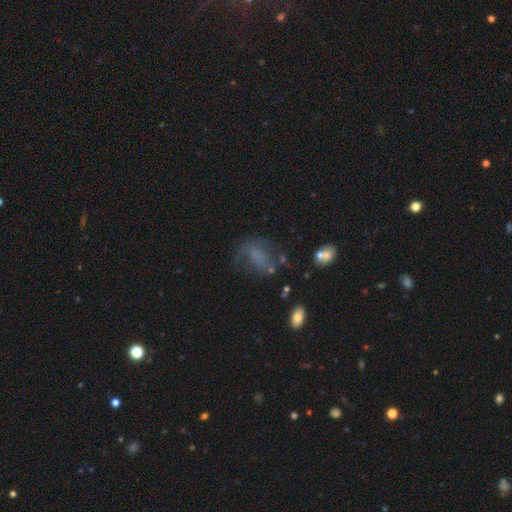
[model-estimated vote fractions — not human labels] This is marginally a featured or disk galaxy (41%). Merging: possibly none (47%).